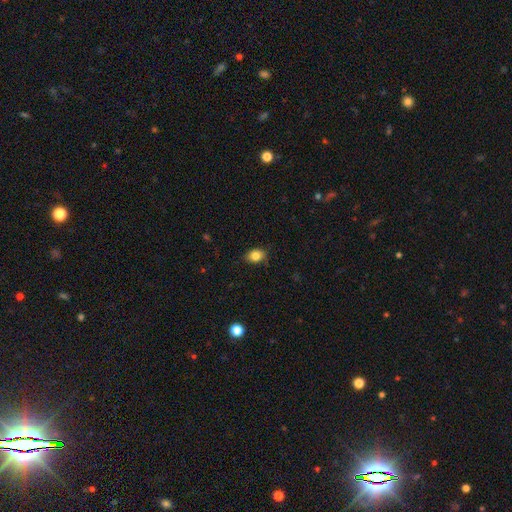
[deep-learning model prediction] smooth-or-featured: smooth: 83% | star or artifact: 10% | featured or disk: 7%
  how-rounded: in between: 63% | round: 36% | cigar-shaped: 1%
  merging: none: 79% | minor disturbance: 17% | major disturbance: 3% | merger: 1%